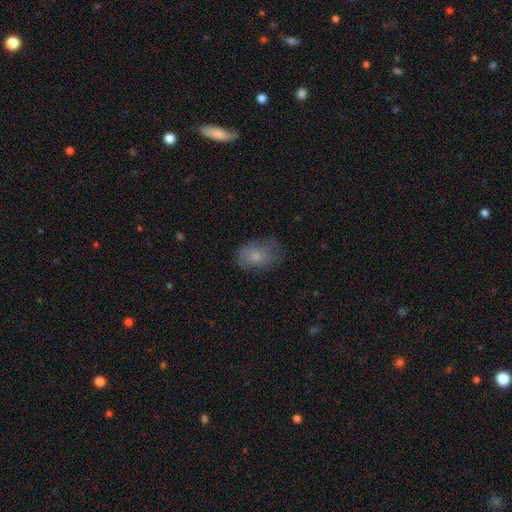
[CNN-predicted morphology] The model was most divided on "merging": none: 57%, minor disturbance: 28%, major disturbance: 14%, merger: 1%. More confident: how rounded — in between (82%); smooth or featured — smooth (72%).